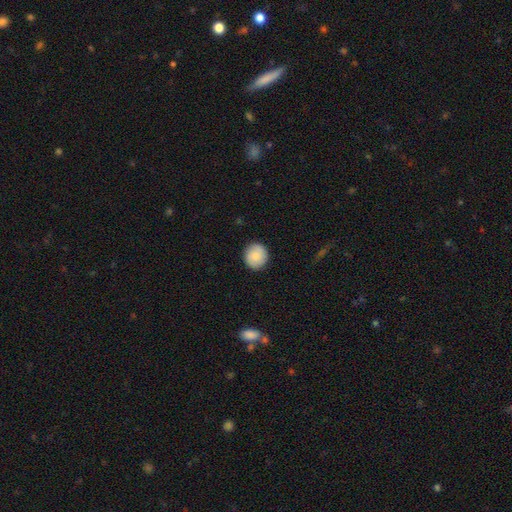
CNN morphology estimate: This appears to be a smooth galaxy with no disk features (85%) that is round (88%). Merging: none (90%).